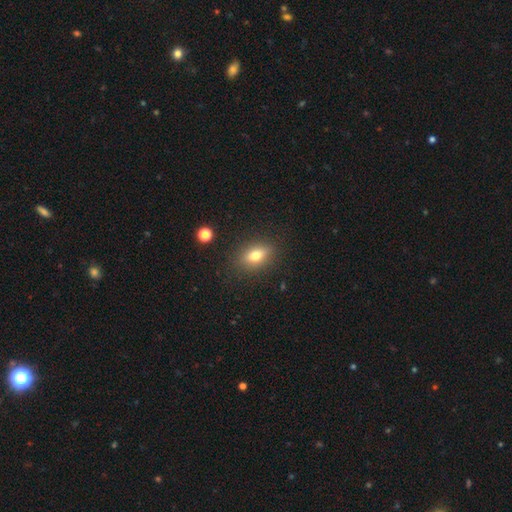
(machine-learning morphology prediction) Overall: smooth (74%). How rounded: in between (77%). Merging: none (86%).